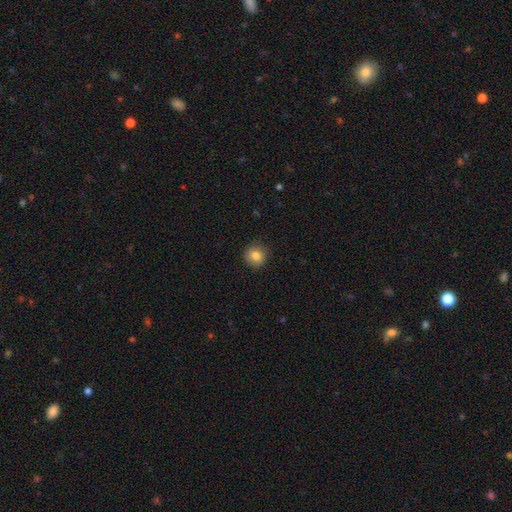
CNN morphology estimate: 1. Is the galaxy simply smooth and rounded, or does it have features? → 83% smooth, 10% star or artifact, 8% featured or disk.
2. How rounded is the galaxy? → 92% round, 7% in between, 1% cigar-shaped.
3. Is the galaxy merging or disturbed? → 89% none, 8% minor disturbance, 2% major disturbance, 1% merger.